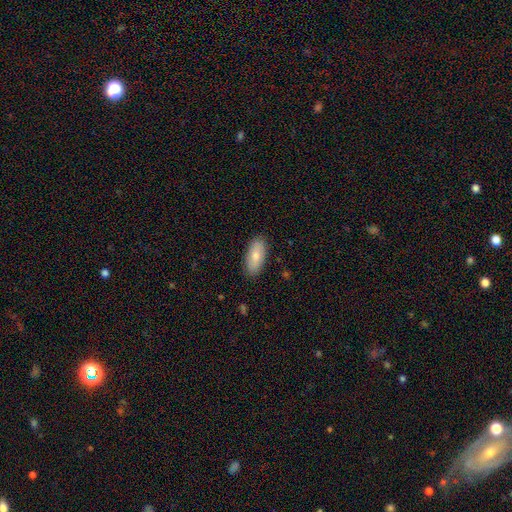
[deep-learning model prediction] Overall: smooth (77%). How rounded: in between (89%). Merging: none (87%).